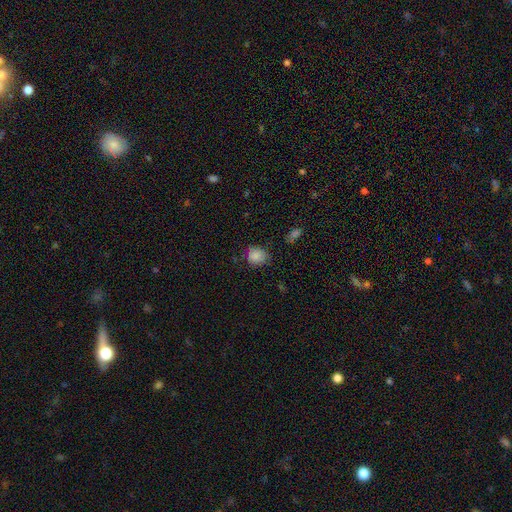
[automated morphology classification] type=smooth (85%); roundness=round (69%); merging=none (71%).